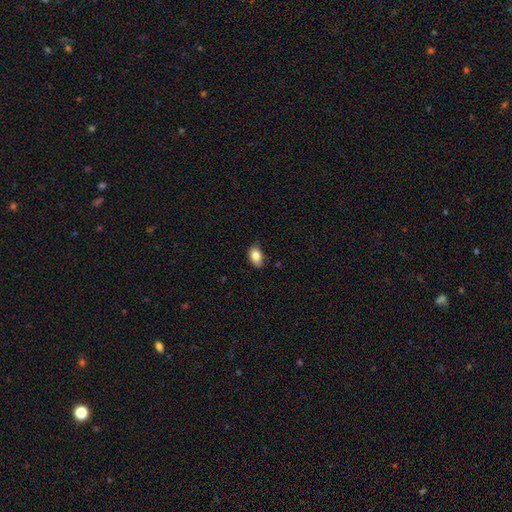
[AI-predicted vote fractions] Smooth or featured: smooth — 85% (star or artifact — 8%)
How rounded: in between — 87% (round — 12%)
Merging: none — 75% (minor disturbance — 21%)